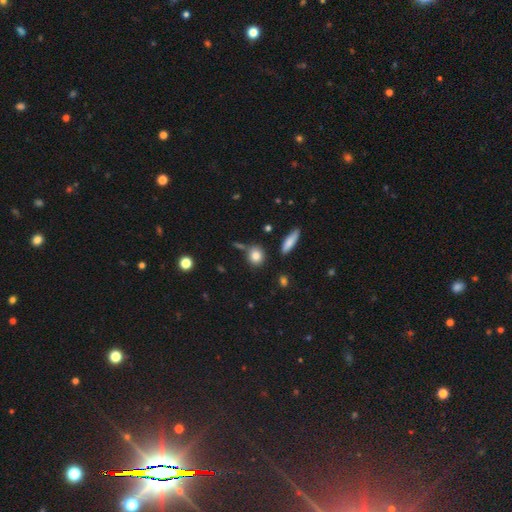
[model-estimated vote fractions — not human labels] Morphology: type=smooth (83%); roundness=round (72%); merging=none (74%).